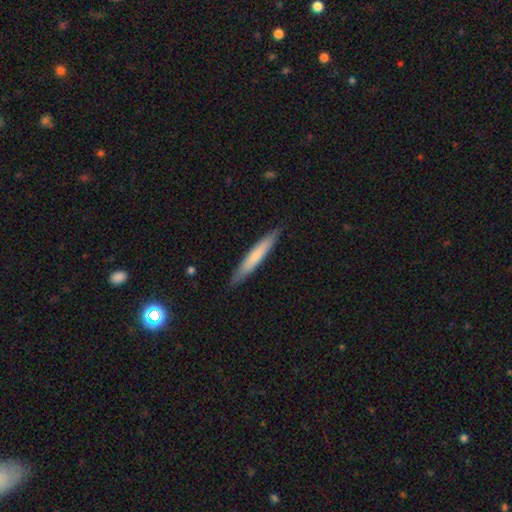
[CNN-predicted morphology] The model was most divided on "smooth or featured": smooth: 67%, featured or disk: 28%, star or artifact: 5%. More confident: how rounded — cigar-shaped (95%); merging — none (89%).